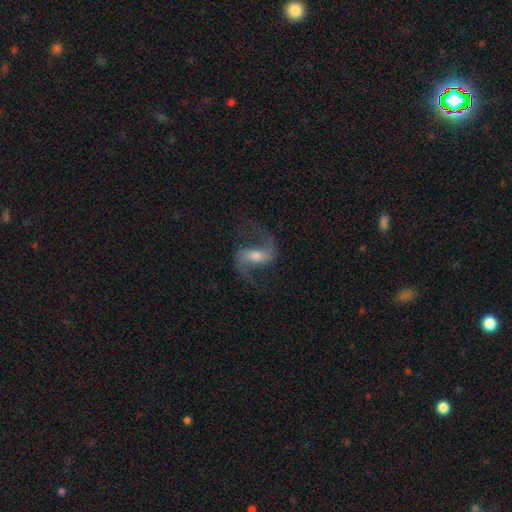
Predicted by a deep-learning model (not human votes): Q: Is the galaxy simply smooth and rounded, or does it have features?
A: featured or disk — 88%.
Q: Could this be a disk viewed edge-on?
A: no — 97%.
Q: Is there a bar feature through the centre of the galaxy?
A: weak — 44%.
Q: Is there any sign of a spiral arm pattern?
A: yes — 97%.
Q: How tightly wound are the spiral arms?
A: loose — 59%.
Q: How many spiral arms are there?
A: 2 — 94%.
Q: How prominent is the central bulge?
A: moderate — 55%.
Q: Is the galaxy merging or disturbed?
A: none — 79%.